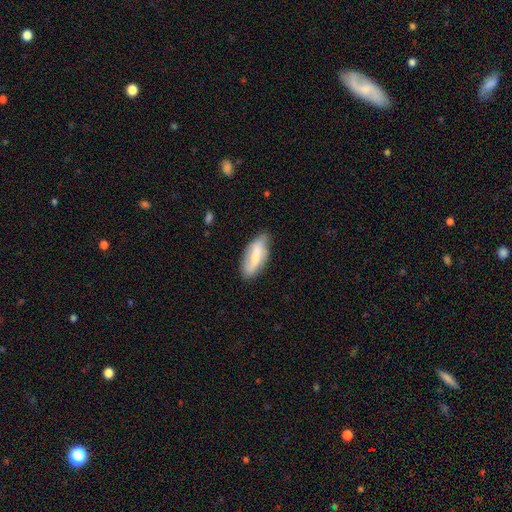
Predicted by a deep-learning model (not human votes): Overall: smooth (53%; featured or disk 41%). How rounded: in between (79%). Merging: none (70%).